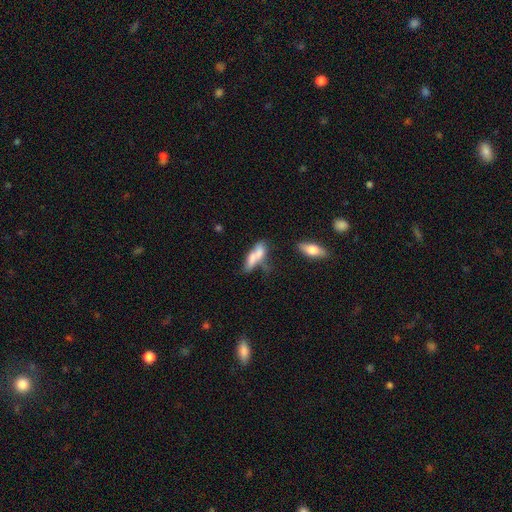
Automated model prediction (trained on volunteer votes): smooth-or-featured: smooth: 63% | featured or disk: 28% | star or artifact: 9%
  how-rounded: in between: 49% | cigar-shaped: 48% | round: 3%
  merging: merger: 37% | none: 29% | minor disturbance: 19% | major disturbance: 15%